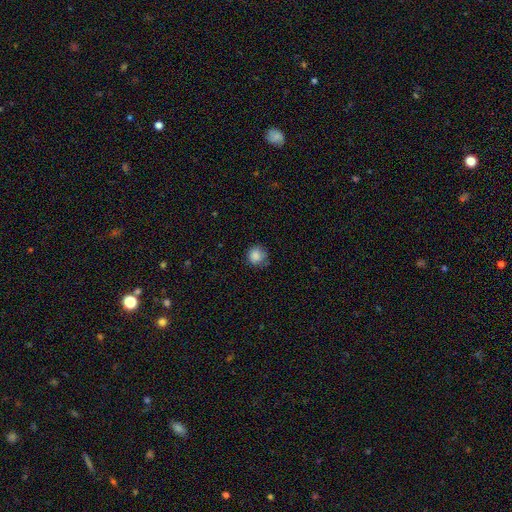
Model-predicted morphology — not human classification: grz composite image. It shows a smooth galaxy with no disk features (87%) that is round (91%). Merging: none (78%).